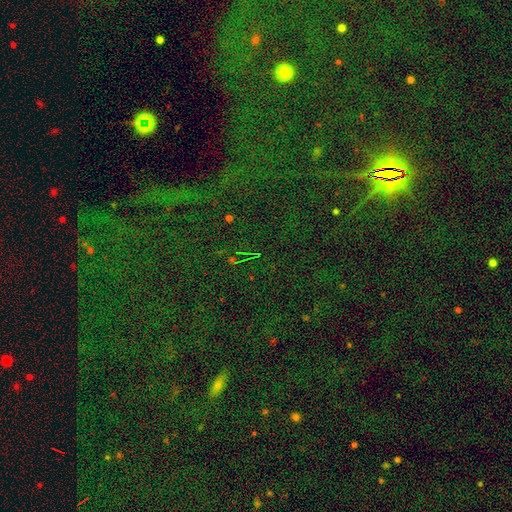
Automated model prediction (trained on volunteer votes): Smooth or featured? Predicted: star or artifact (p=0.81).